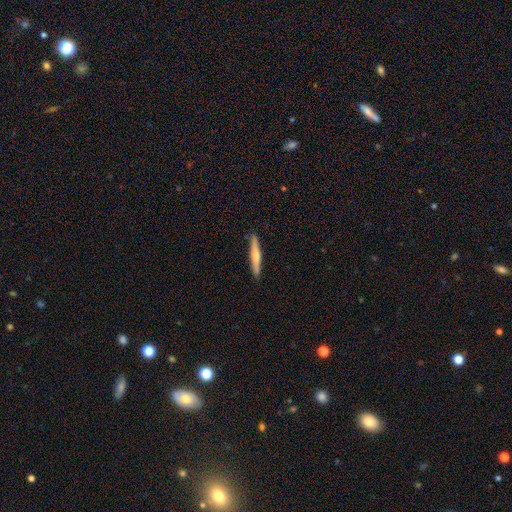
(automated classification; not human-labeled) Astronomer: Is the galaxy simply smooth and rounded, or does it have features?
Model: smooth — 55% (runner-up: featured or disk, 40%).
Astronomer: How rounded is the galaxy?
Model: cigar-shaped — 94%.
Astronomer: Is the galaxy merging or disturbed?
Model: none — 89%.